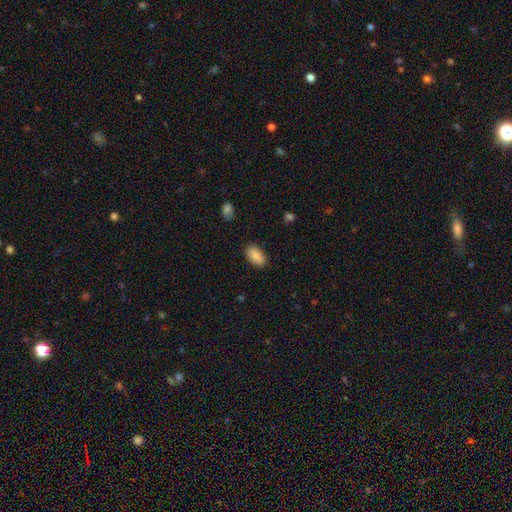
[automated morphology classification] This appears to be a smooth galaxy with no disk features (88%) that is in between round and cigar-shaped (93%). Merging: none (86%).